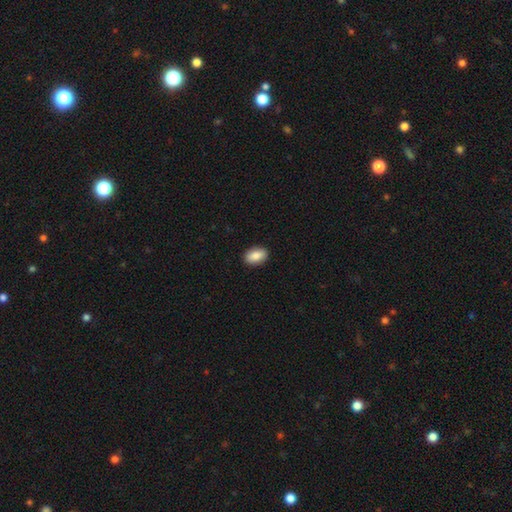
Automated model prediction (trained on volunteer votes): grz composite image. It shows a smooth galaxy with no disk features (87%) that is in between round and cigar-shaped (90%). Merging: none (91%).